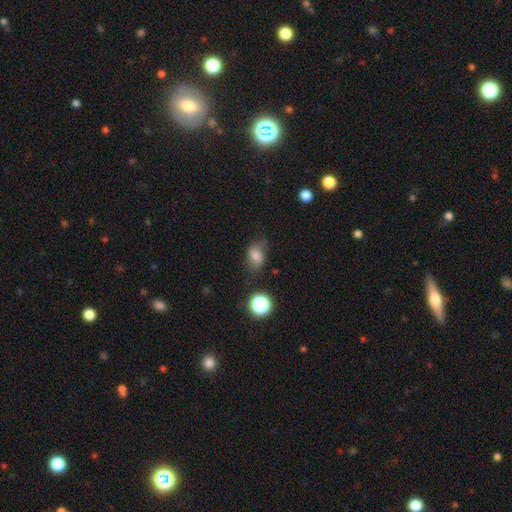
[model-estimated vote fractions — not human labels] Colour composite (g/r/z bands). It shows a smooth galaxy with no disk features (72%) that is in between round and cigar-shaped (75%). Merging: none (58%).